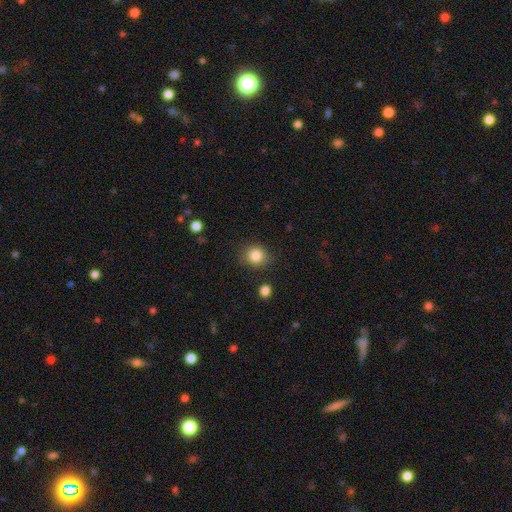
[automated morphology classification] smooth 84%, star or artifact 10%, featured or disk 6%. Down the decision tree: how rounded — round (81%); merging — none (84%).